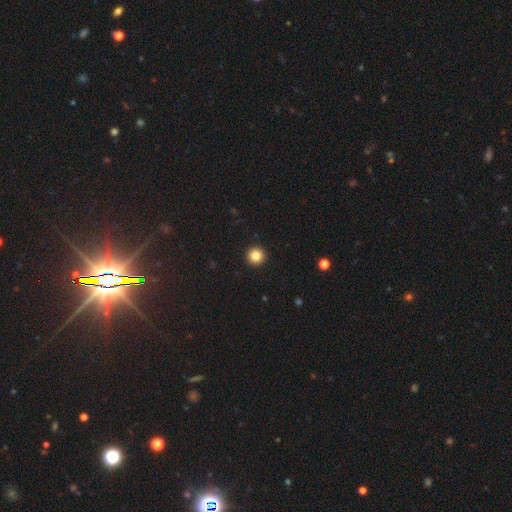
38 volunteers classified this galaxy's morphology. Q: Smooth or featured?
A: smooth (82%); runner-up: featured or disk (13%)
Q: How rounded?
A: round (100%)
Q: Merging?
A: none (94%); runner-up: minor disturbance (6%)